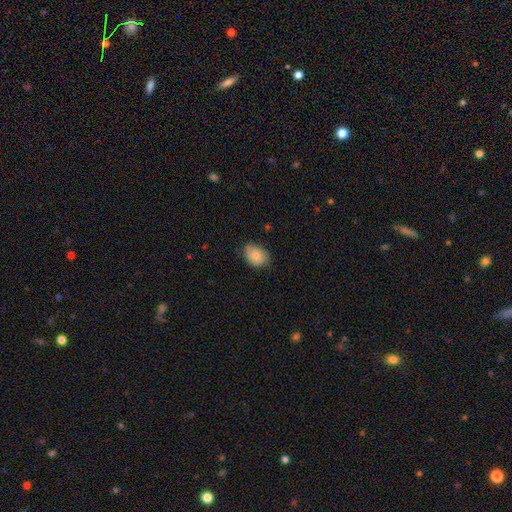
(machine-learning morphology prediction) Smooth or featured? Predicted: smooth (p=0.83). How rounded? Predicted: in between (p=0.71). Merging? Predicted: none (p=0.69).